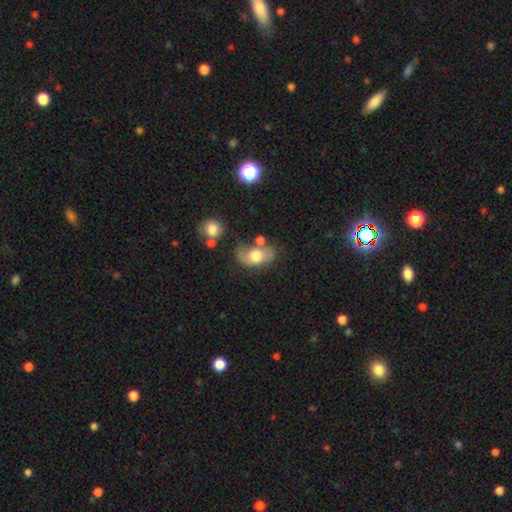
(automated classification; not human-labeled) Smooth or featured? smooth (57%)
How rounded? in between (86%)
Merging? none (42%)